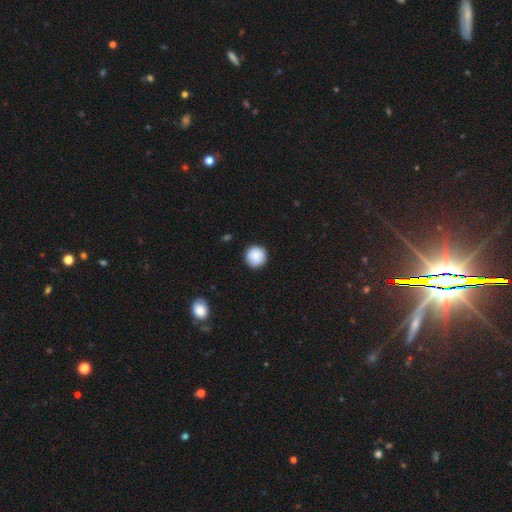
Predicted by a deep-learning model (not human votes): This is clearly a smooth galaxy (88%). How rounded: clearly round (96%). Merging: clearly none (90%).